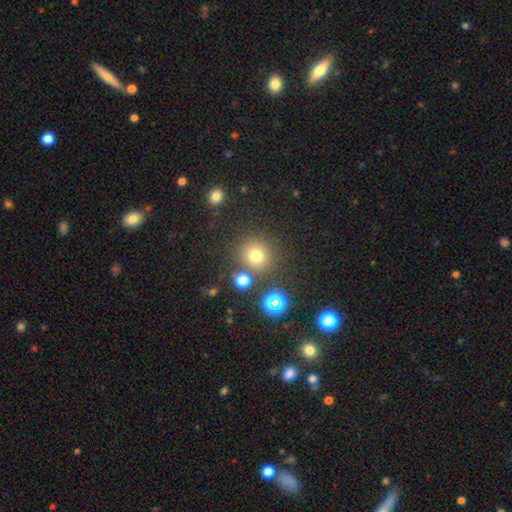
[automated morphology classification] A smooth galaxy with no disk features (72%) that is round (91%). Merging: none (79%).